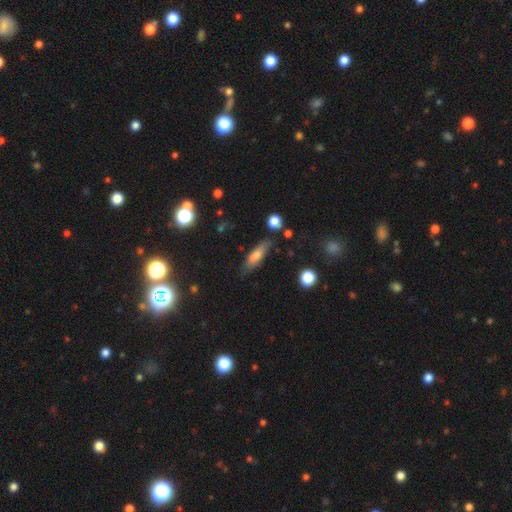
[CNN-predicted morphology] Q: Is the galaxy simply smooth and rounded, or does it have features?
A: smooth — 67%.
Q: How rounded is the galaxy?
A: cigar-shaped — 56%.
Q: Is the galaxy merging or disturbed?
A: none — 68%.